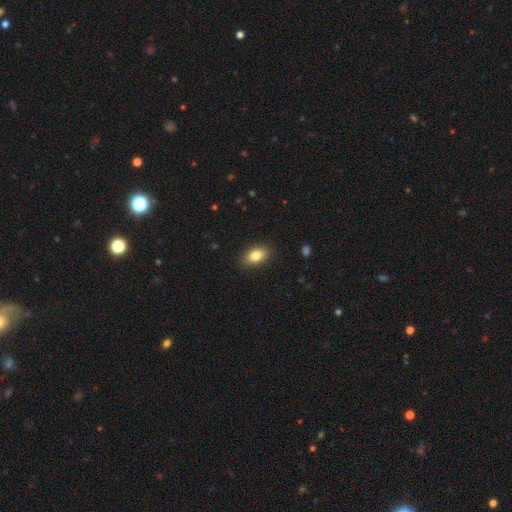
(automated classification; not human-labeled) smooth-or-featured: smooth: 83% | featured or disk: 9% | star or artifact: 8%
  how-rounded: in between: 86% | round: 12% | cigar-shaped: 2%
  merging: none: 89% | minor disturbance: 8% | major disturbance: 2% | merger: 1%